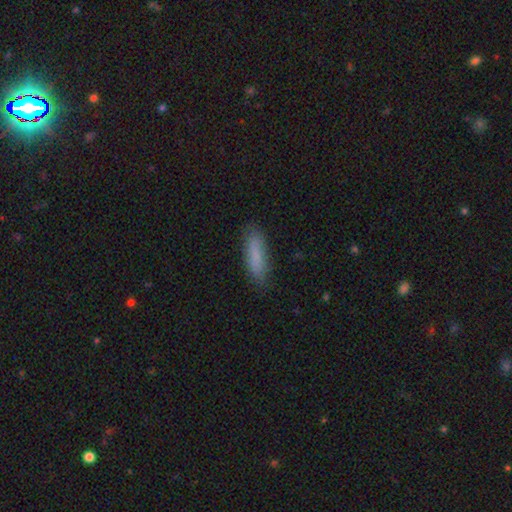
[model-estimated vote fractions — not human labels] A smooth galaxy with no disk features (83%) that is cigar-shaped (63%).

Vote fractions:
- Smooth or featured? smooth: 83% / featured or disk: 10% / star or artifact: 7%
- How rounded? cigar-shaped: 63% / in between: 36% / round: 2%
- Merging? none: 82% / minor disturbance: 14% / major disturbance: 3% / merger: 1%